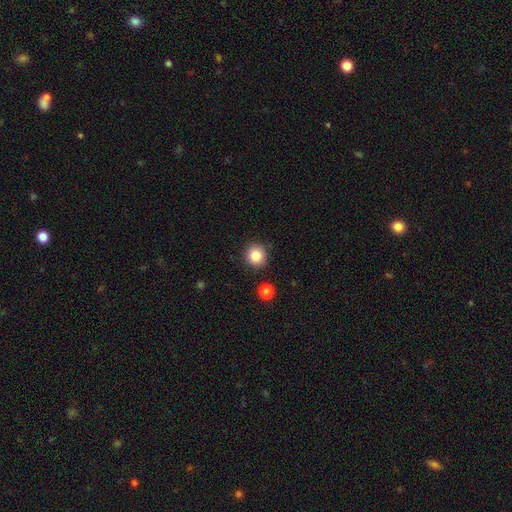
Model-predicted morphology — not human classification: Smooth or featured? smooth (85%)
How rounded? round (91%)
Merging? none (88%)